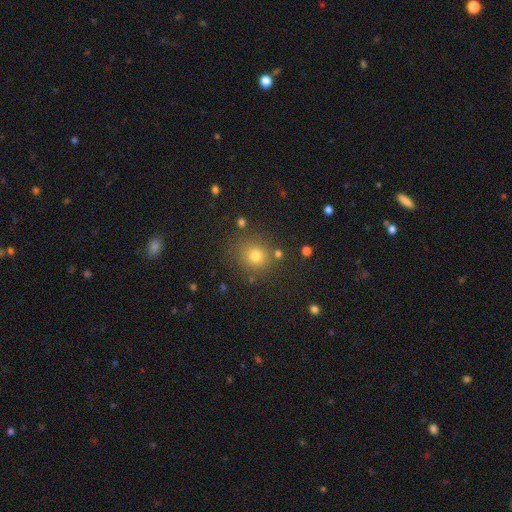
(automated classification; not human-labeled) Morphology: type=smooth (75%); roundness=round (84%); merging=none (81%).